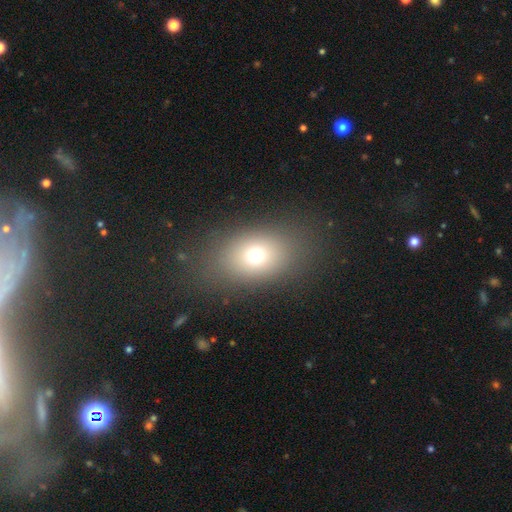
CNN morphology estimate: Smooth or featured: smooth — 70% (star or artifact — 16%)
How rounded: in between — 71% (round — 28%)
Merging: none — 80% (minor disturbance — 11%)